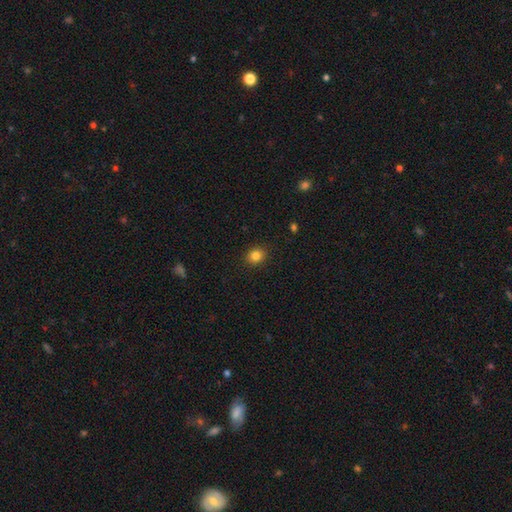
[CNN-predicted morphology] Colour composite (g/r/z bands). It shows a smooth galaxy with no disk features (84%) that is round (68%). Merging: none (90%).